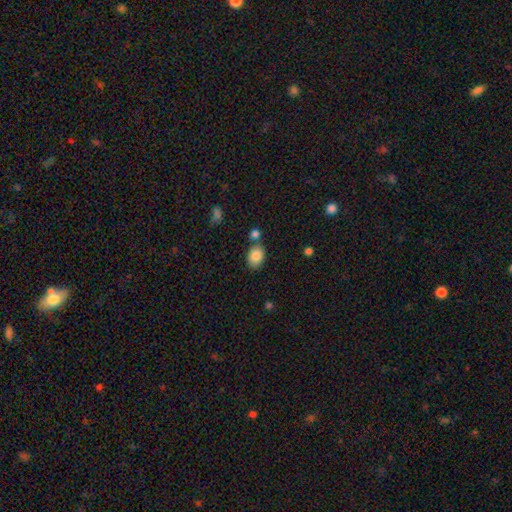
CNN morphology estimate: type=smooth (86%); roundness=in between (76%); merging=none (67%).